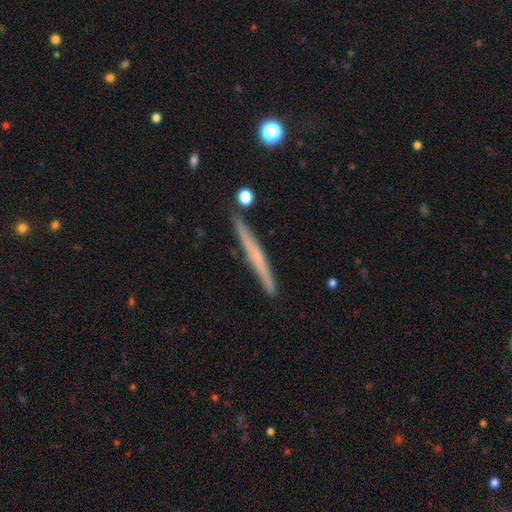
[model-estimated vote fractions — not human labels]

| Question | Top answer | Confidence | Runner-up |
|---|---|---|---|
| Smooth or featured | featured or disk | 49% | smooth (44%) |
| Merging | none | 90% | minor disturbance (7%) |